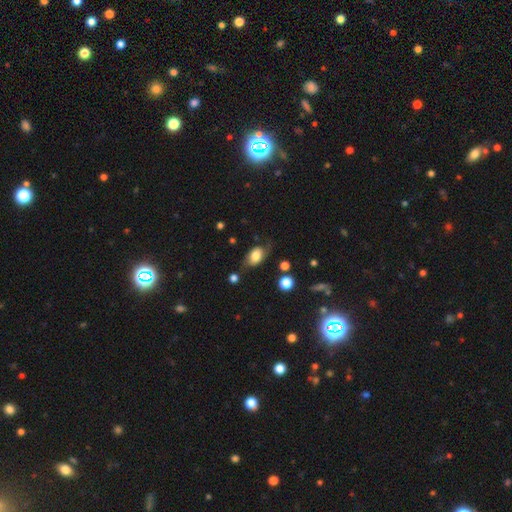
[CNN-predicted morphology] Smooth or featured? smooth (65%)
How rounded? in between (84%)
Merging? none (57%)